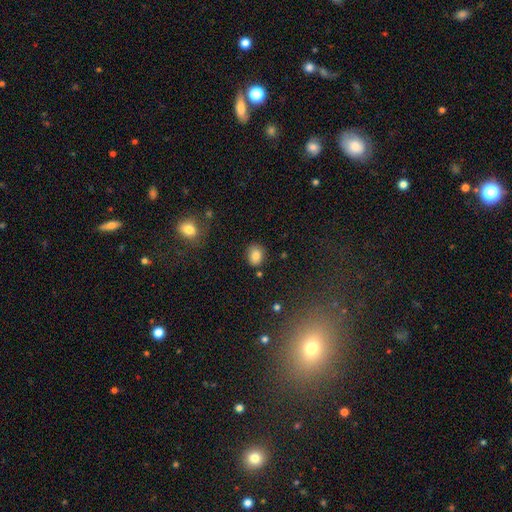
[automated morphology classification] This is clearly a smooth galaxy (82%). How rounded: possibly round (51%). Merging: clearly none (82%).